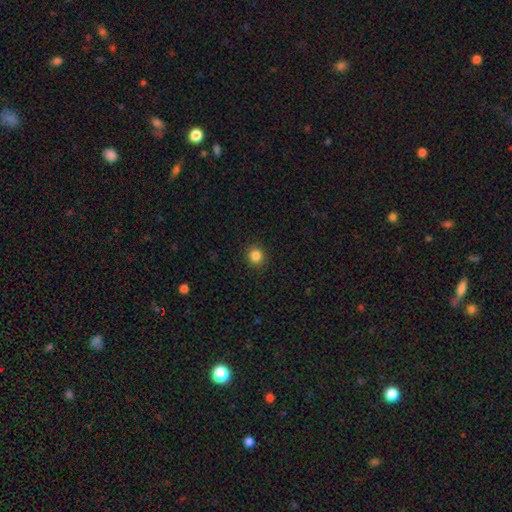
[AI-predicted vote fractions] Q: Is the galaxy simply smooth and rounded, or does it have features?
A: smooth — 85%.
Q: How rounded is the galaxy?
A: round — 91%.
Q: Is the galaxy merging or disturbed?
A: none — 92%.